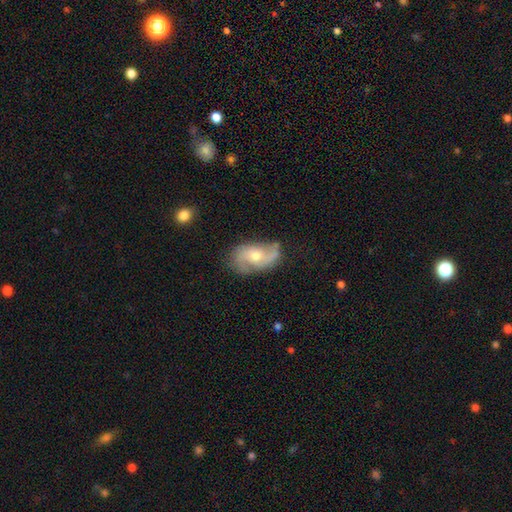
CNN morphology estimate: smooth_or_featured: featured or disk (p=0.73) [alt: smooth p=0.20]
disk_edge_on: no (p=0.96) [alt: yes p=0.04]
bar: no (p=0.62) [alt: weak p=0.32]
has_spiral_arms: yes (p=0.91) [alt: no p=0.09]
spiral_winding: medium (p=0.42) [alt: loose p=0.40]
spiral_arm_count: 2 (p=0.82) [alt: can't tell p=0.09]
bulge_size: moderate (p=0.54) [alt: small p=0.40]
merging: none (p=0.64) [alt: minor disturbance p=0.24]